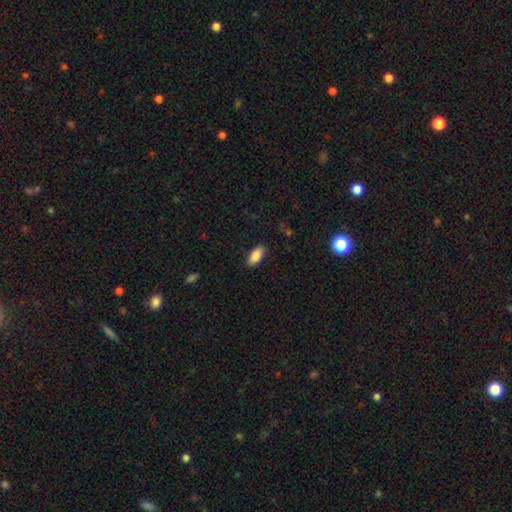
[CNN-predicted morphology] Smooth or featured?
  - smooth: 87% *
  - star or artifact: 7%
  - featured or disk: 6%
How rounded?
  - in between: 89% *
  - cigar-shaped: 9%
  - round: 2%
Merging?
  - none: 87% *
  - minor disturbance: 10%
  - major disturbance: 2%
  - merger: 1%